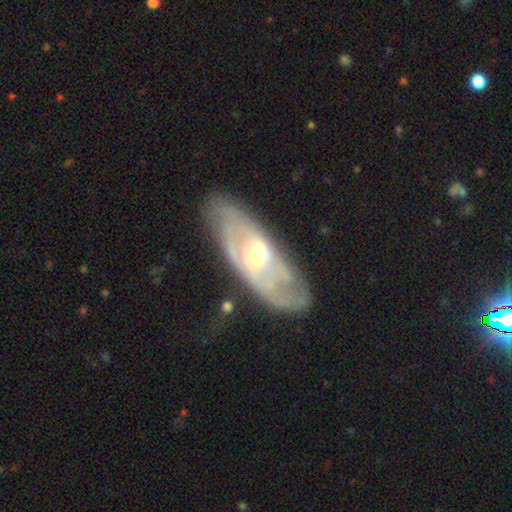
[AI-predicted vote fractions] This appears to be a featured or disk galaxy (74%) with no bar (59%), spiral arms (72%) and a small central bulge (56%). Merging: none (74%).